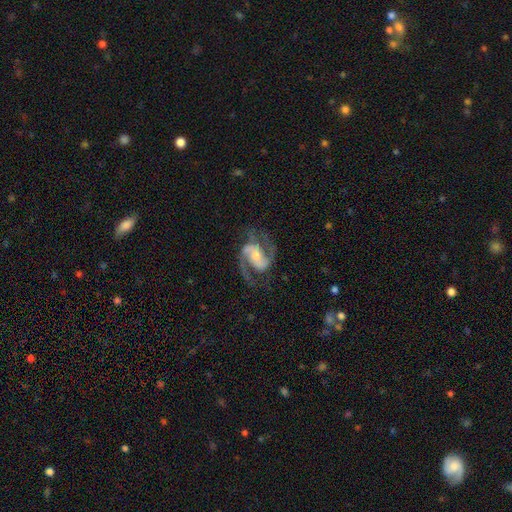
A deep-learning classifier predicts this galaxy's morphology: This is clearly a featured or disk galaxy (90%). It is clearly not viewed edge-on (98%). Bar: marginally weak (40%). Spiral arm pattern: clearly yes (97%). Spiral arm count: clearly 2 (91%). Spiral winding: possibly medium (58%). Central bulge: possibly moderate (54%). Merging: likely none (71%).